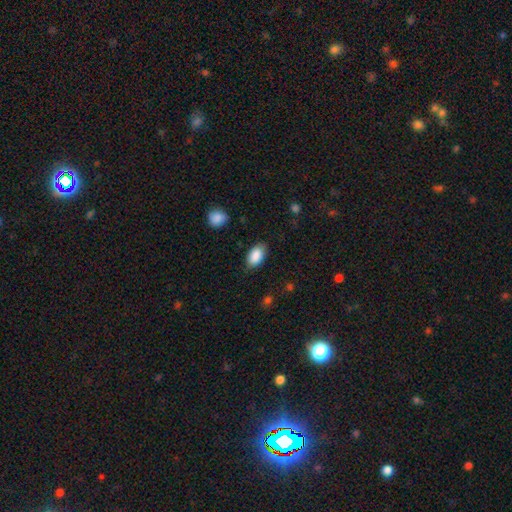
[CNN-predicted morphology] This appears to be a smooth galaxy with no disk features (89%) that is in between round and cigar-shaped (94%). Merging: none (82%).